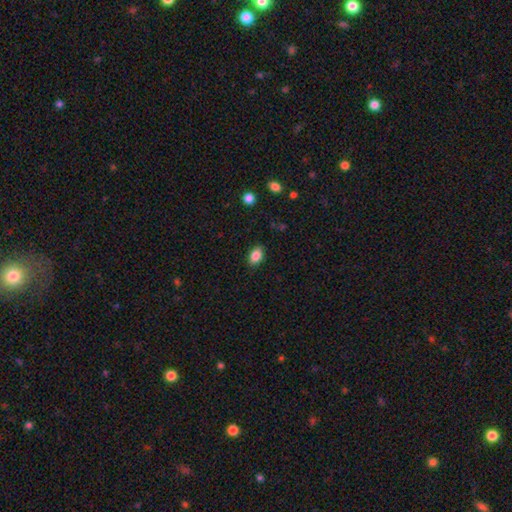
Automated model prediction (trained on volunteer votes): smooth-or-featured: smooth: 86% | star or artifact: 9% | featured or disk: 5%
  how-rounded: in between: 85% | round: 14% | cigar-shaped: 2%
  merging: none: 86% | minor disturbance: 10% | major disturbance: 2% | merger: 1%